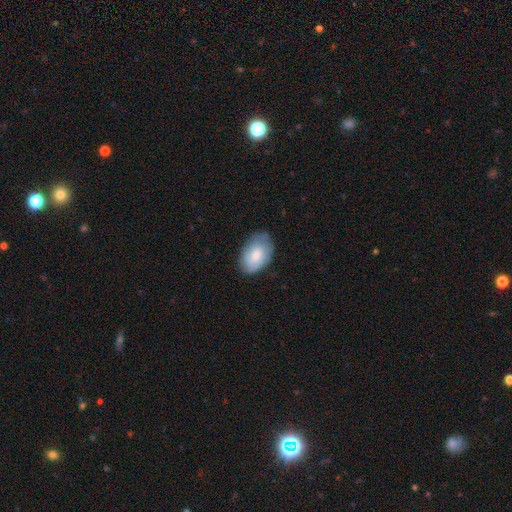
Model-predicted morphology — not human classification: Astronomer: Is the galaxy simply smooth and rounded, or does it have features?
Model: smooth — 69%.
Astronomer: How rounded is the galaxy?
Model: in between — 91%.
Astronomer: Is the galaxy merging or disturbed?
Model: none — 71%.